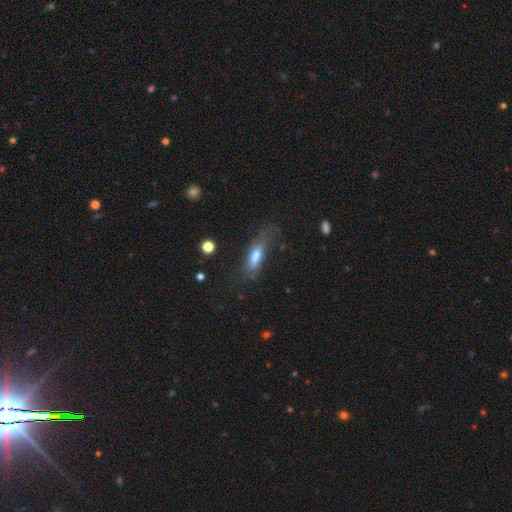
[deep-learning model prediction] A smooth galaxy with no disk features (69%) that is in between round and cigar-shaped (51%).

Vote fractions:
- Smooth or featured? smooth: 69% / featured or disk: 22% / star or artifact: 9%
- How rounded? in between: 51% / cigar-shaped: 46% / round: 3%
- Merging? none: 48% / minor disturbance: 26% / major disturbance: 23% / merger: 3%